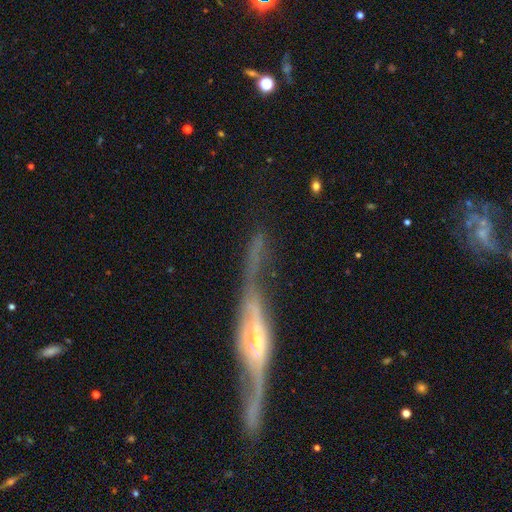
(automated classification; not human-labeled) A featured or disk galaxy (83%) viewed edge-on (60%). Merging: none (57%).